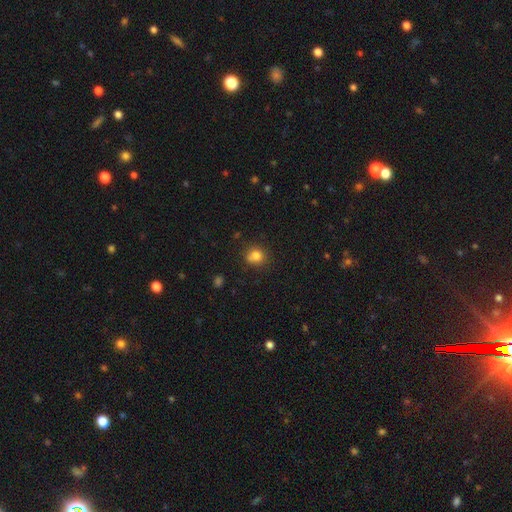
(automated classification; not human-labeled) This appears to be a smooth galaxy with no disk features (80%) that is round (82%). Merging: none (69%).